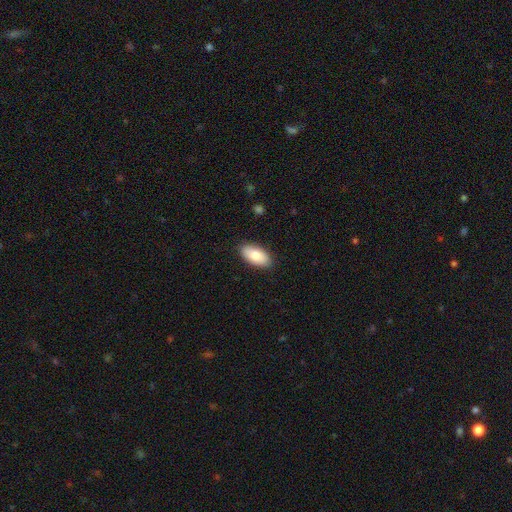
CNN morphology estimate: This is clearly a smooth galaxy (84%). How rounded: clearly in between (94%). Merging: clearly none (88%).